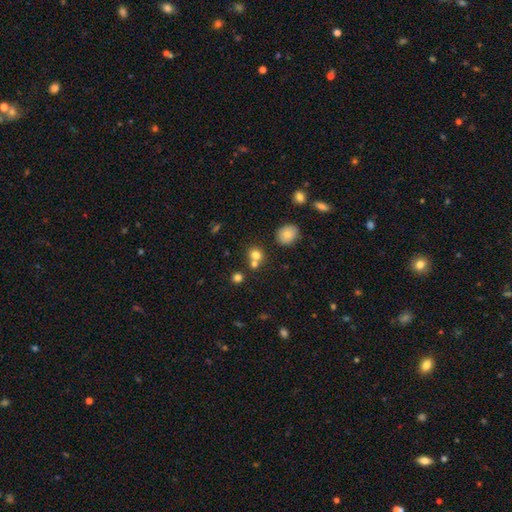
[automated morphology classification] A smooth galaxy with no disk features (74%) that is round (81%). Merging: none (51%).